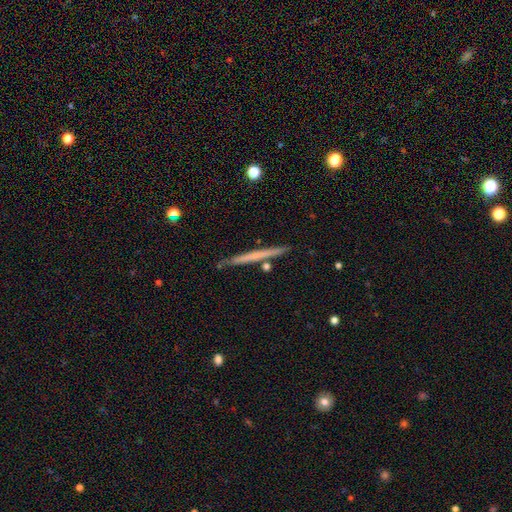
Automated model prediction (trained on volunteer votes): Overall: smooth (48%; featured or disk 47%). Merging: none (88%).